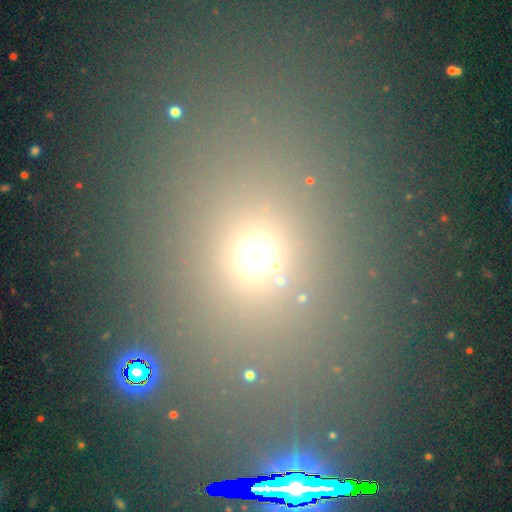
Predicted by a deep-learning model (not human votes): The model was most divided on "how rounded": round: 66%, in between: 31%, cigar-shaped: 3%. More confident: merging — none (70%); smooth or featured — smooth (63%).